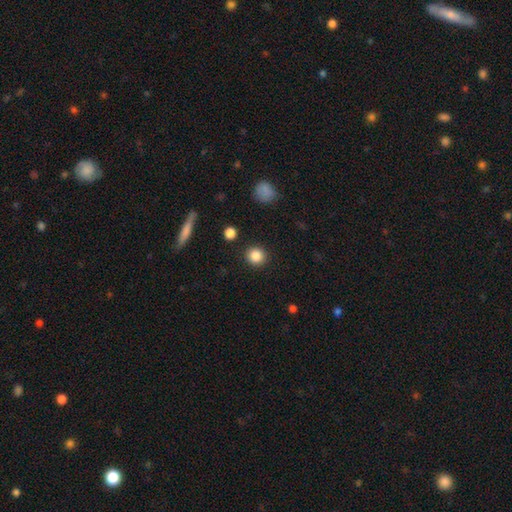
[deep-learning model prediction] A smooth galaxy with no disk features (86%) that is round (92%). Merging: none (91%).